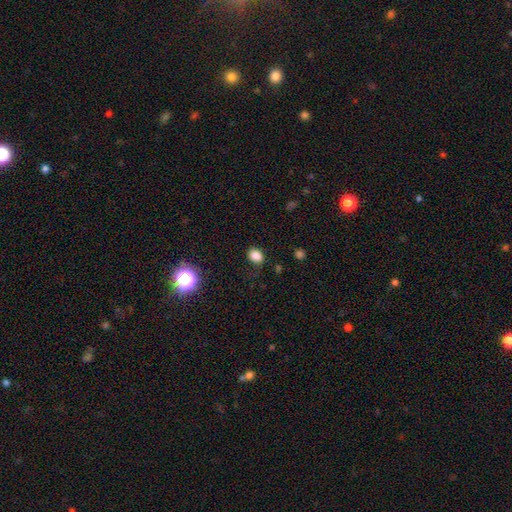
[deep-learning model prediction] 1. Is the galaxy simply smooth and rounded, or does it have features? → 82% smooth, 13% star or artifact, 5% featured or disk.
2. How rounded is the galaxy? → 58% in between, 41% round, 1% cigar-shaped.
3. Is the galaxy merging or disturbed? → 73% none, 19% minor disturbance, 7% major disturbance, 2% merger.